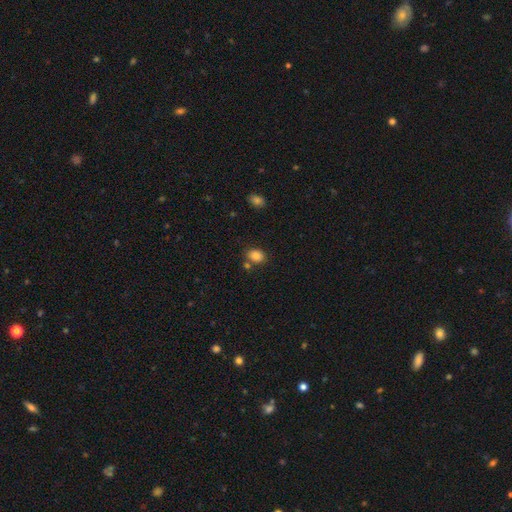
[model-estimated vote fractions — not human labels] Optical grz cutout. It shows a smooth galaxy with no disk features (84%) that is in between round and cigar-shaped (63%). Merging: none (70%).